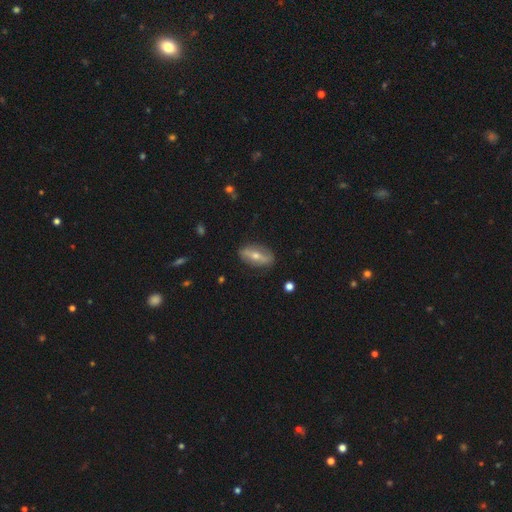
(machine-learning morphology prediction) Smooth or featured? featured or disk (54%)
Edge-on disk? no (61%)
Merging? none (84%)